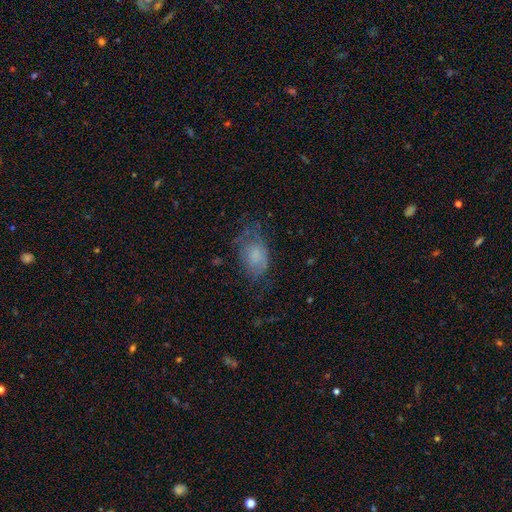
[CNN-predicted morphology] A smooth galaxy with no disk features (59%) that is in between round and cigar-shaped (86%).

Vote fractions:
- Smooth or featured? smooth: 59% / featured or disk: 30% / star or artifact: 11%
- How rounded? in between: 86% / round: 12% / cigar-shaped: 2%
- Merging? none: 46% / minor disturbance: 29% / major disturbance: 23% / merger: 2%